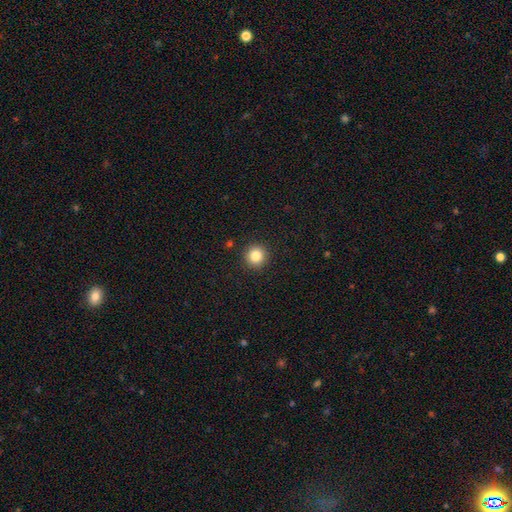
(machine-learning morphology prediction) type=smooth (84%); roundness=round (93%); merging=none (92%).